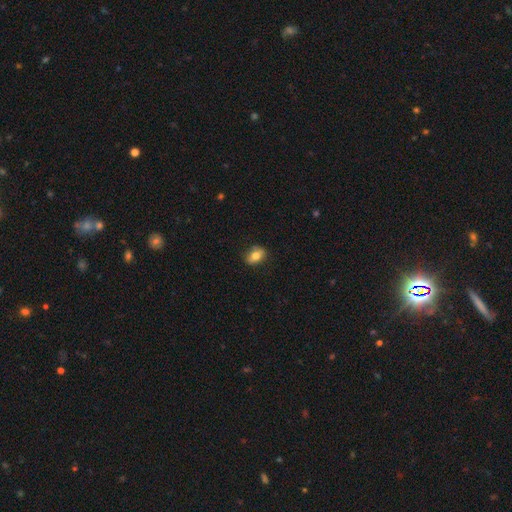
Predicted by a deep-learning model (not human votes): This appears to be a smooth galaxy with no disk features (74%) that is in between round and cigar-shaped (76%). Merging: none (82%).